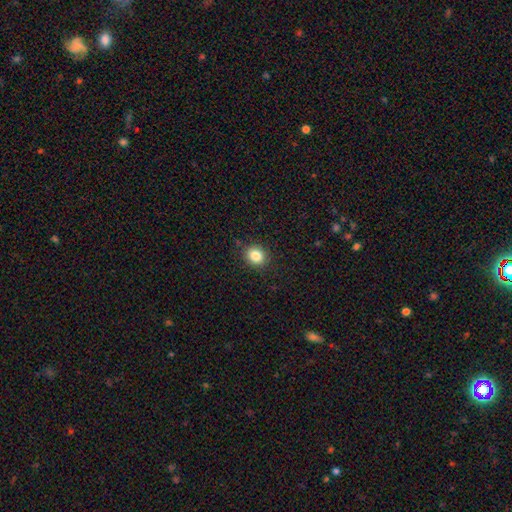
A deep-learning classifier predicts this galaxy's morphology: Smooth or featured? Predicted: smooth (p=0.84). How rounded? Predicted: round (p=0.71). Merging? Predicted: none (p=0.88).